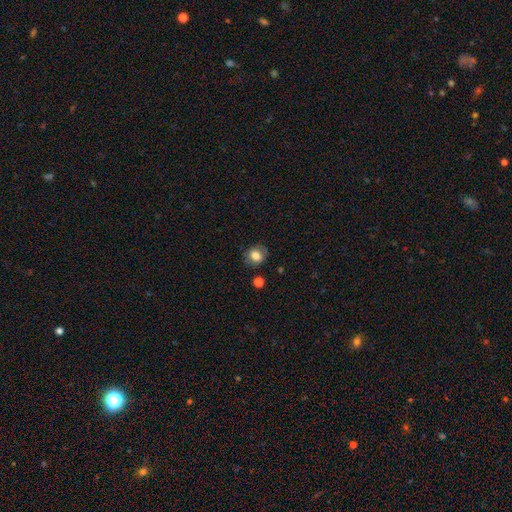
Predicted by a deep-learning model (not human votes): Smooth or featured: smooth — 78% (featured or disk — 12%)
How rounded: round — 66% (in between — 33%)
Merging: none — 78% (minor disturbance — 15%)